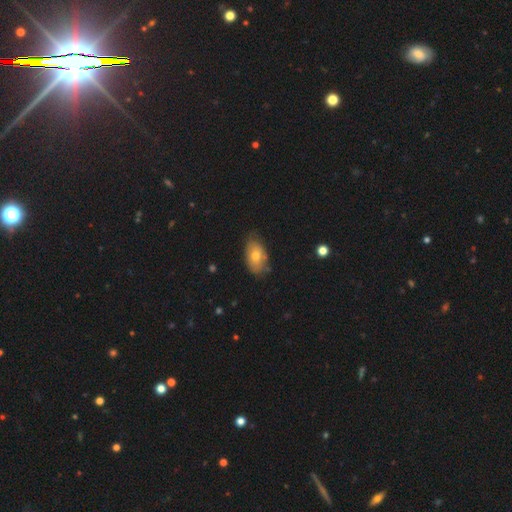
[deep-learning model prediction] Smooth or featured?
  - smooth: 70% *
  - featured or disk: 23%
  - star or artifact: 7%
How rounded?
  - in between: 91% *
  - round: 7%
  - cigar-shaped: 2%
Merging?
  - none: 65% *
  - minor disturbance: 28%
  - major disturbance: 5%
  - merger: 2%